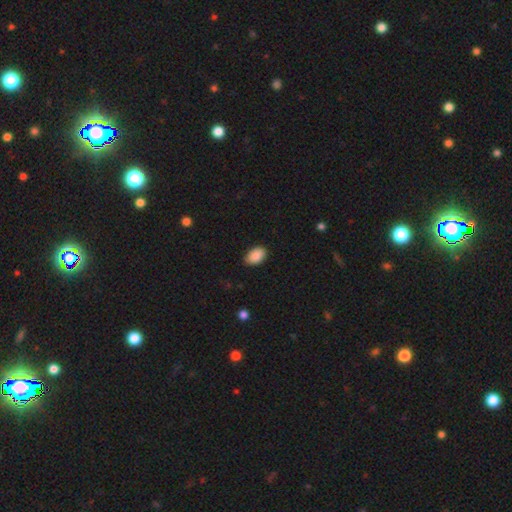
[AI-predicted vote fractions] smooth_or_featured: smooth (p=0.90) [alt: star or artifact p=0.07]
how_rounded: in between (p=0.90) [alt: round p=0.09]
merging: none (p=0.85) [alt: minor disturbance p=0.12]